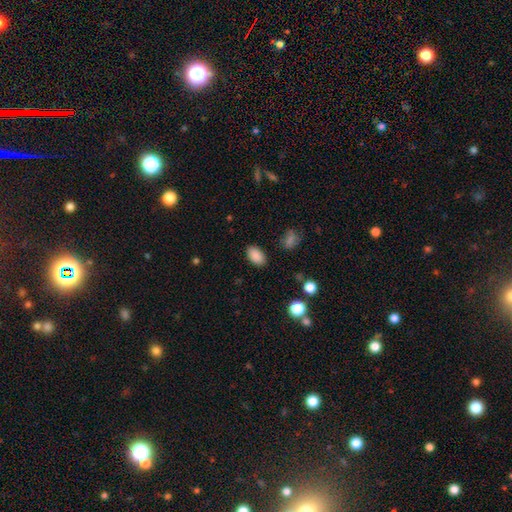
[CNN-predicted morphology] The model was most divided on "merging": none: 87%, minor disturbance: 9%, major disturbance: 3%, merger: 1%. More confident: how rounded — in between (91%); smooth or featured — smooth (87%).